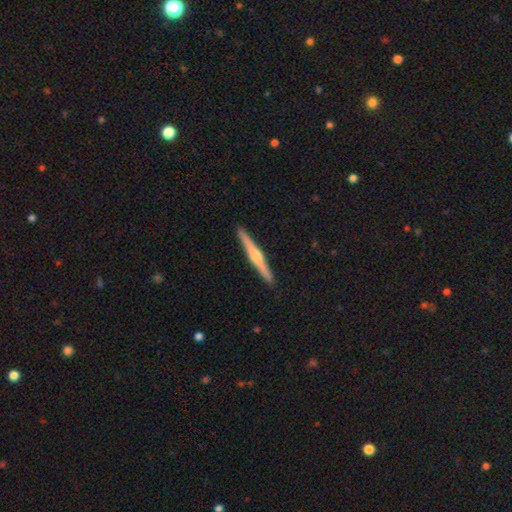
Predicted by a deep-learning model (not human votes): A featured or disk galaxy (74%) viewed edge-on (98%) with a rounded central bulge (87%). Merging: none (93%).